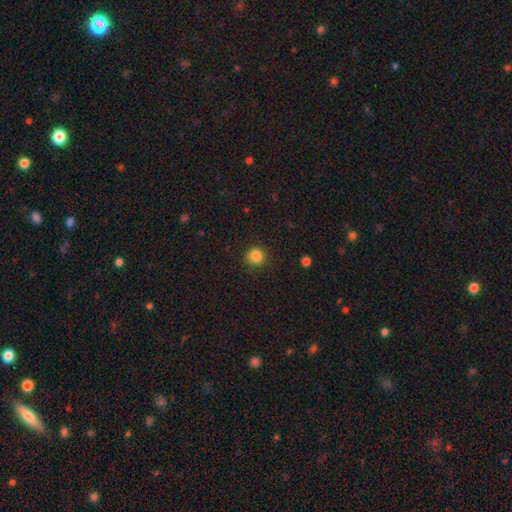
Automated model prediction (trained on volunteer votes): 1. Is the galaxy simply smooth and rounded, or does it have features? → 83% smooth, 12% star or artifact, 5% featured or disk.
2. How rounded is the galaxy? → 81% round, 18% in between, 1% cigar-shaped.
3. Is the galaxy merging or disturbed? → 77% none, 14% minor disturbance, 5% merger, 4% major disturbance.